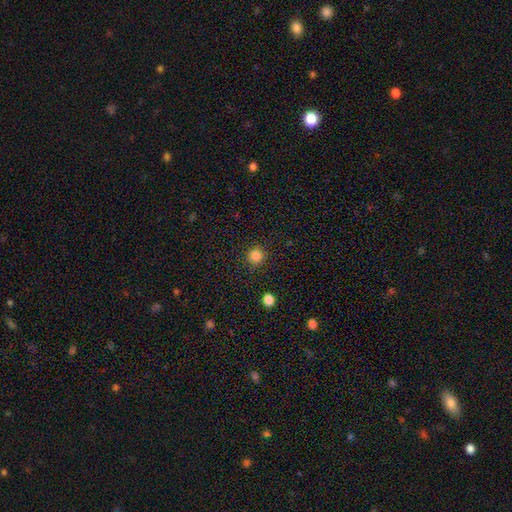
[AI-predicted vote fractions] Q: Smooth or featured?
A: smooth (84%); runner-up: star or artifact (12%)
Q: How rounded?
A: round (94%); runner-up: in between (5%)
Q: Merging?
A: none (91%); runner-up: minor disturbance (6%)